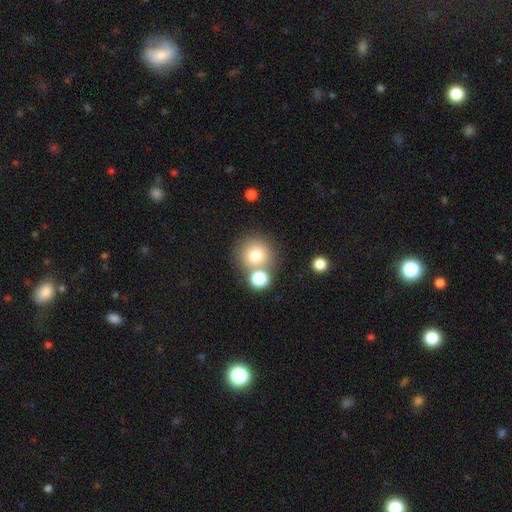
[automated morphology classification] smooth_or_featured: smooth (p=0.77) [alt: star or artifact p=0.12]
how_rounded: round (p=0.91) [alt: in between p=0.08]
merging: none (p=0.62) [alt: merger p=0.26]